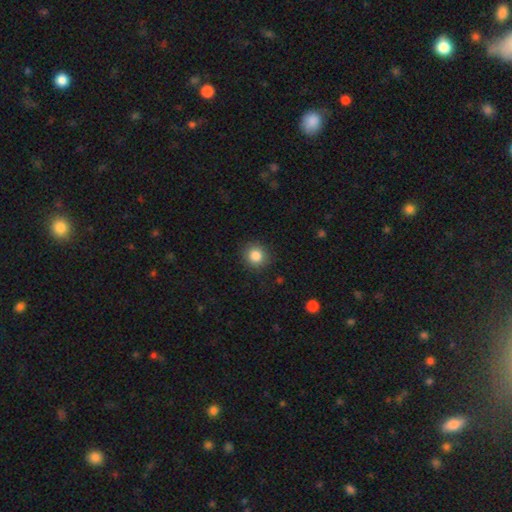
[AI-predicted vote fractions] The model was most divided on "smooth or featured": smooth: 85%, star or artifact: 10%, featured or disk: 5%. More confident: how rounded — round (89%); merging — none (88%).